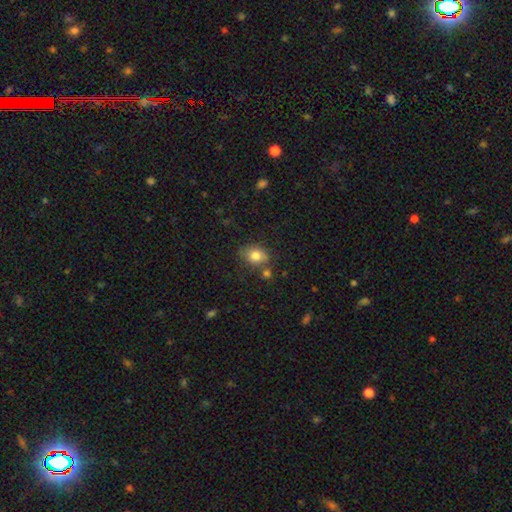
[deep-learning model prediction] Smooth or featured? smooth (81%)
How rounded? in between (63%)
Merging? none (68%)